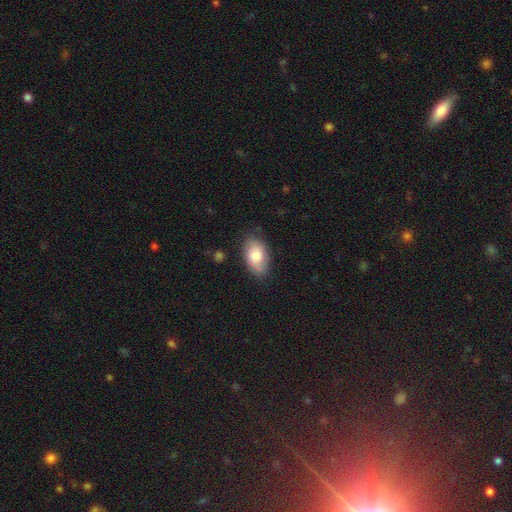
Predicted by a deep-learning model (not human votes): This appears to be a smooth galaxy with no disk features (77%) that is in between round and cigar-shaped (92%). Merging: none (75%).